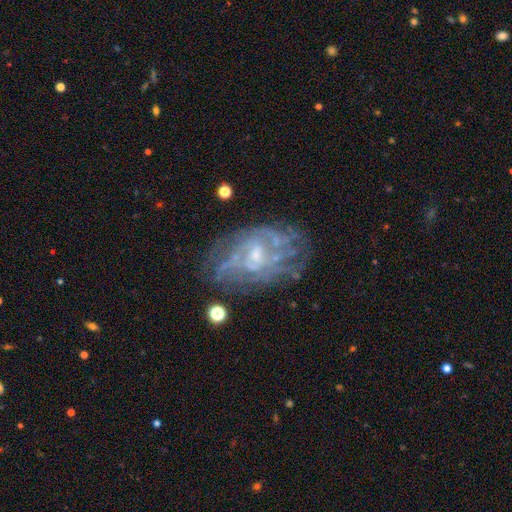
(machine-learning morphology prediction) Smooth or featured? Predicted: featured or disk (p=0.79). Edge-on disk? Predicted: no (p=0.97). Bar? Predicted: no (p=0.57). Spiral arms? Predicted: yes (p=0.73). Spiral winding? Predicted: tight (p=0.51). Spiral arm count? Predicted: can't tell (p=0.58). Bulge size? Predicted: small (p=0.59). Merging? Predicted: none (p=0.59).